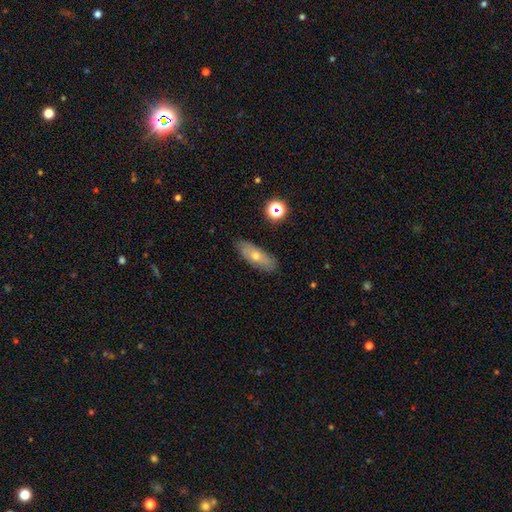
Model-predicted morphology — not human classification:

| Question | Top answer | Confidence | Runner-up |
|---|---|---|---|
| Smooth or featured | smooth | 54% | featured or disk (37%) |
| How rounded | in between | 61% | cigar-shaped (34%) |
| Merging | none | 84% | minor disturbance (12%) |